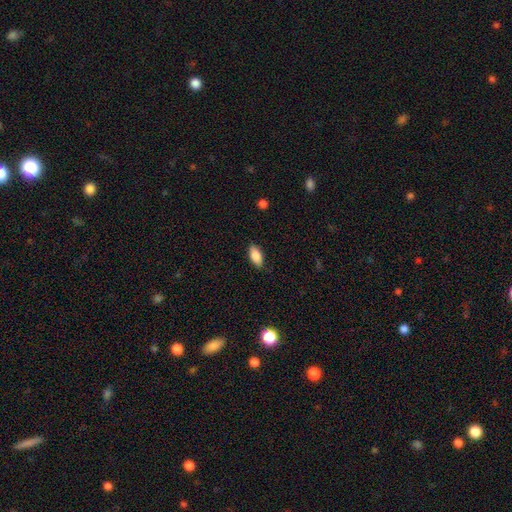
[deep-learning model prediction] smooth 85%, featured or disk 8%, star or artifact 7%. Down the decision tree: how rounded — in between (89%); merging — none (86%).